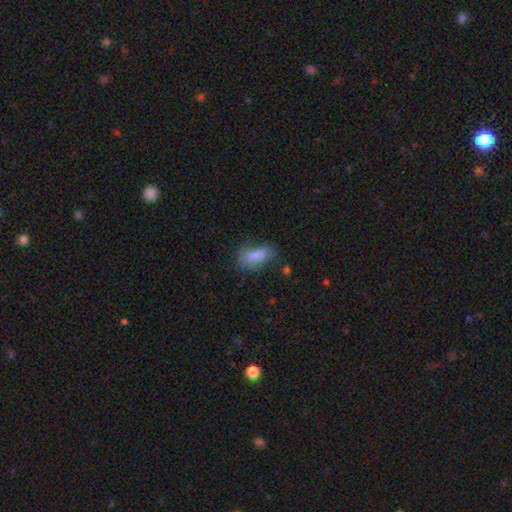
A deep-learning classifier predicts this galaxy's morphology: Overall: smooth (80%). How rounded: in between (79%). Merging: none (55%; minor disturbance 29%).